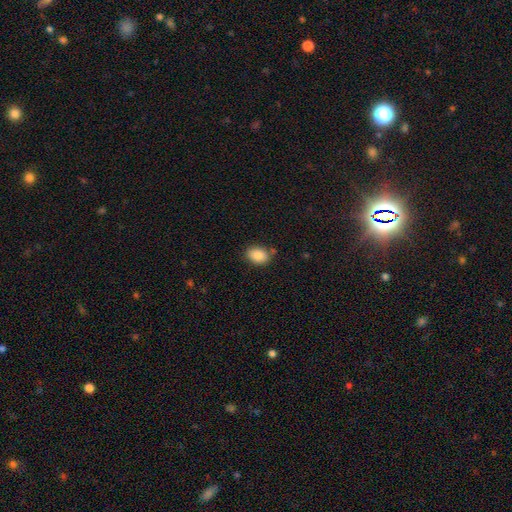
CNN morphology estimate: type=smooth (89%); roundness=in between (82%); merging=none (78%).